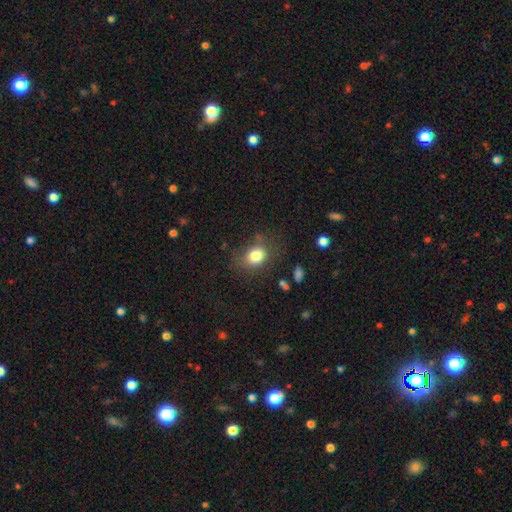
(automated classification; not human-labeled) Smooth or featured? Predicted: smooth (p=0.80). How rounded? Predicted: round (p=0.51). Merging? Predicted: none (p=0.71).